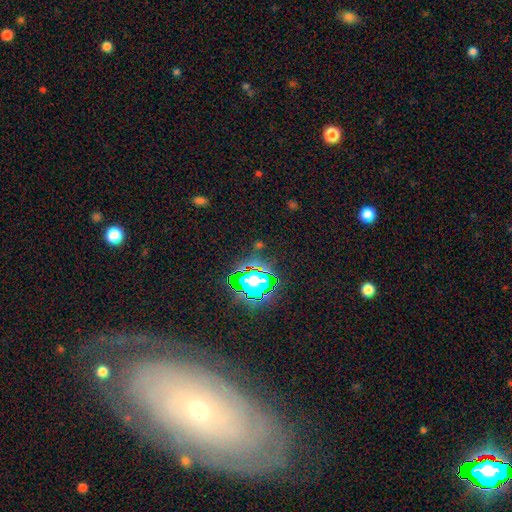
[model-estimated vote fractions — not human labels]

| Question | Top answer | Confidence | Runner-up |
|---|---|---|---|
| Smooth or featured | star or artifact | 72% | smooth (17%) |